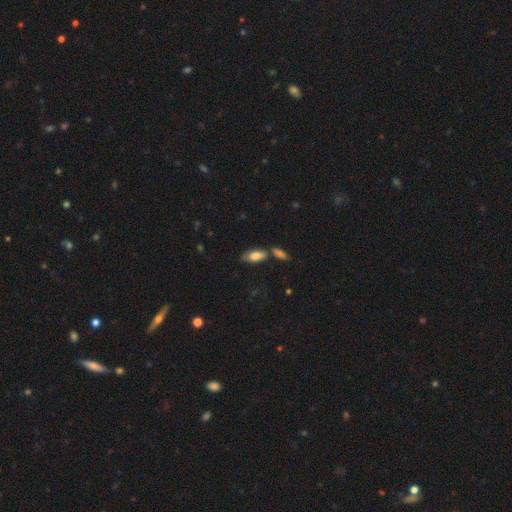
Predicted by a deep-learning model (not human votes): Overall: smooth (77%). How rounded: in between (85%). Merging: none (60%).